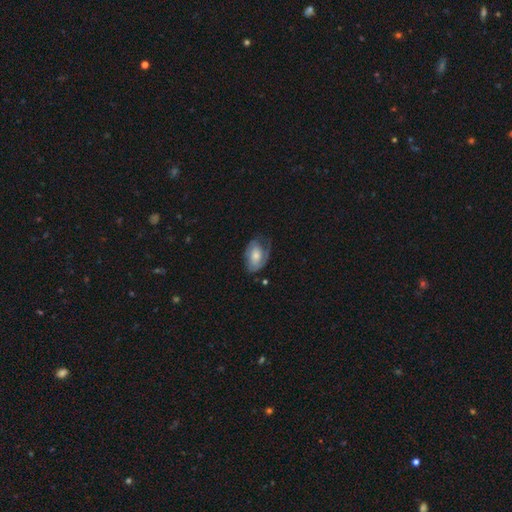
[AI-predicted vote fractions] Morphology: type=featured or disk (56%); edge-on=no (95%); bar=no (68%); spiral arms=yes (79%); bulge=moderate (50%); merging=none (50%).